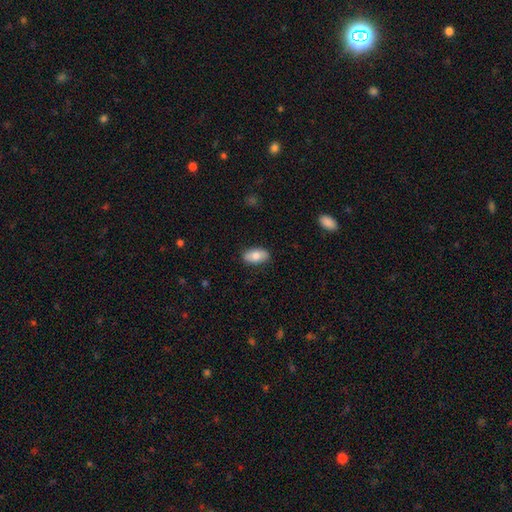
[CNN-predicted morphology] Overall: smooth (78%). How rounded: in between (93%). Merging: none (86%).